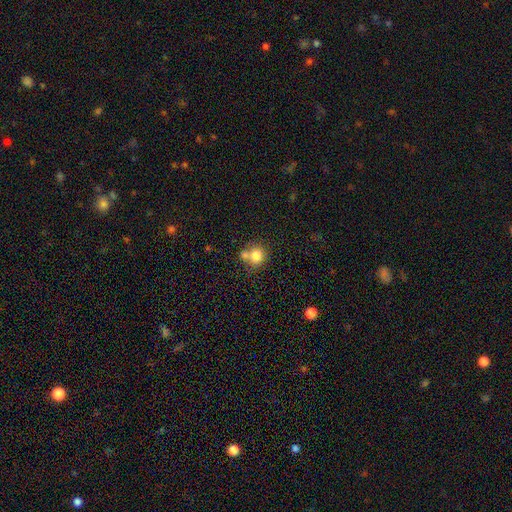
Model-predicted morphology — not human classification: type=smooth (80%); roundness=round (85%); merging=none (51%).